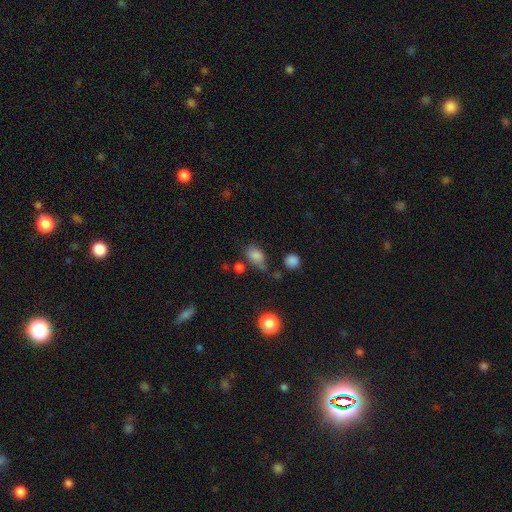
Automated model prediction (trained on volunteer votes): This is clearly a smooth galaxy (80%). How rounded: likely in between (77%). Merging: possibly none (47%).